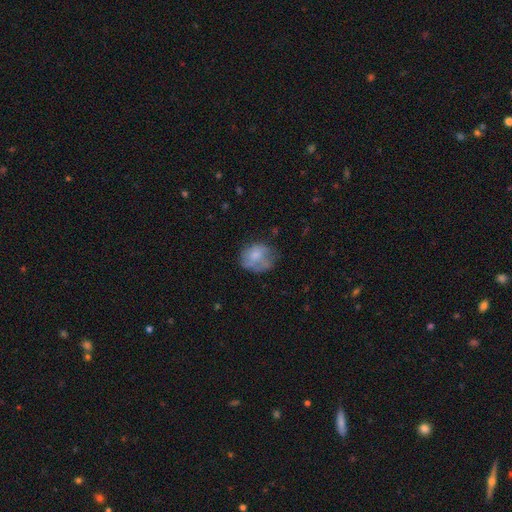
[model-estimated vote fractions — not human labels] Smooth or featured? smooth (60%)
How rounded? round (60%)
Merging? none (45%)